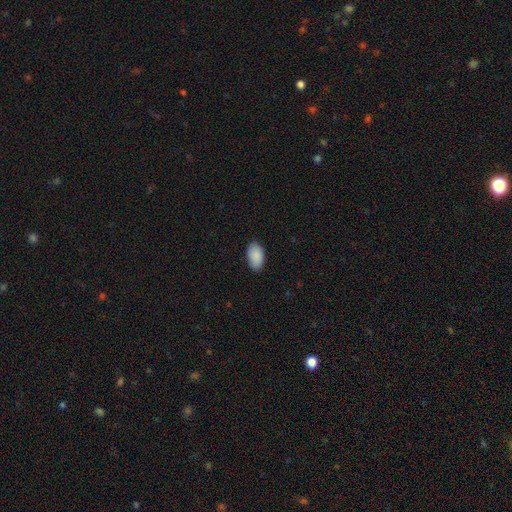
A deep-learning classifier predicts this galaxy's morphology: smooth 90%, star or artifact 6%, featured or disk 4%. Down the decision tree: how rounded — in between (95%); merging — none (86%).